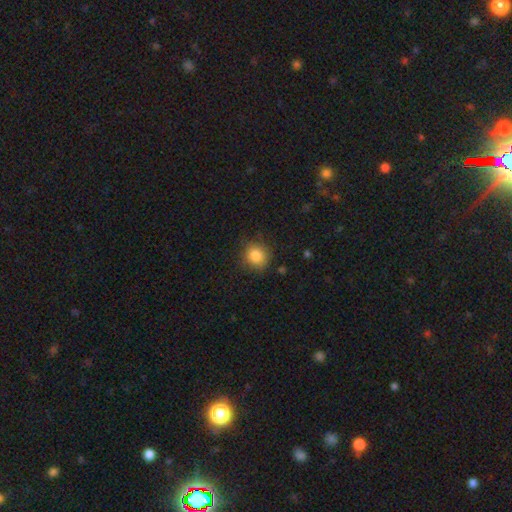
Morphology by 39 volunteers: This appears to be a smooth galaxy with no disk features (95%) that is round (78%). Merging: none (82%).